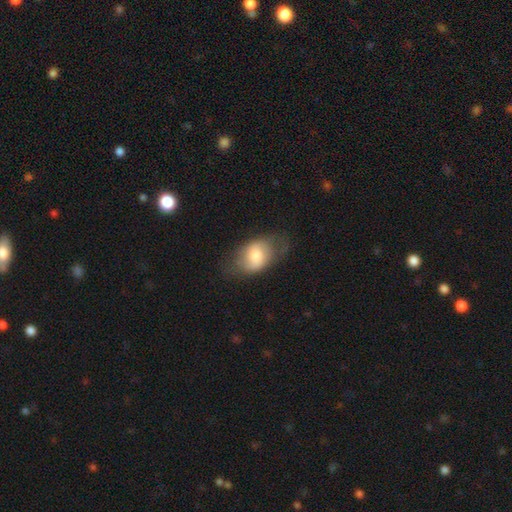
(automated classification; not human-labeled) Smooth or featured?
  - smooth: 68% *
  - featured or disk: 25%
  - star or artifact: 7%
How rounded?
  - in between: 81% *
  - round: 18%
  - cigar-shaped: 1%
Merging?
  - none: 64% *
  - minor disturbance: 24%
  - major disturbance: 10%
  - merger: 1%